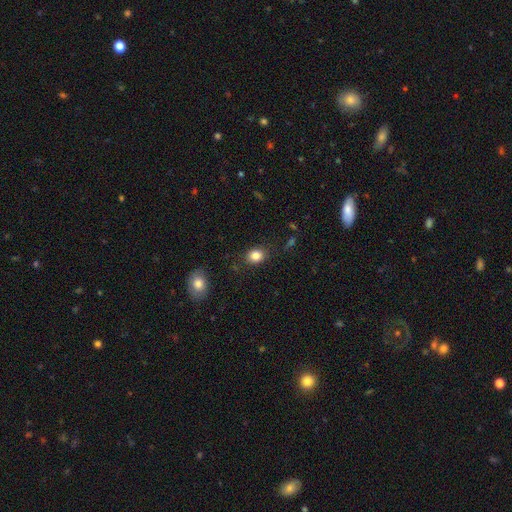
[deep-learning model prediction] Smooth or featured: smooth — 84% (star or artifact — 10%)
How rounded: in between — 52% (round — 47%)
Merging: none — 83% (minor disturbance — 12%)